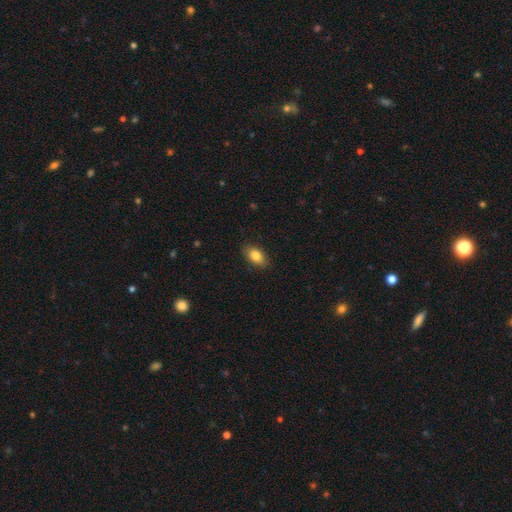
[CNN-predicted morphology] smooth-or-featured: smooth: 84% | featured or disk: 8% | star or artifact: 8%
  how-rounded: in between: 89% | round: 8% | cigar-shaped: 3%
  merging: none: 88% | minor disturbance: 9% | major disturbance: 2% | merger: 1%